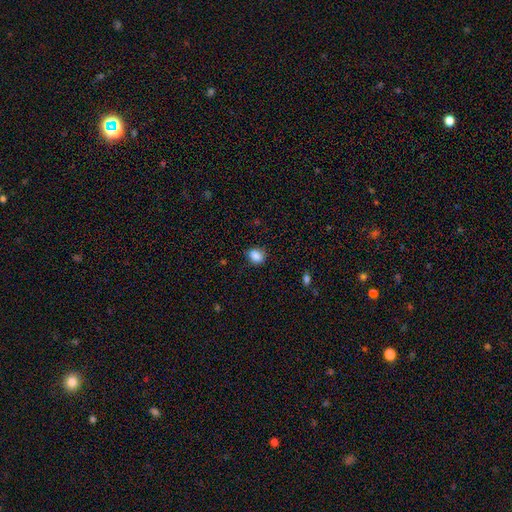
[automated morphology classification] smooth 87%, star or artifact 9%, featured or disk 4%. Down the decision tree: how rounded — round (55%); merging — none (78%).